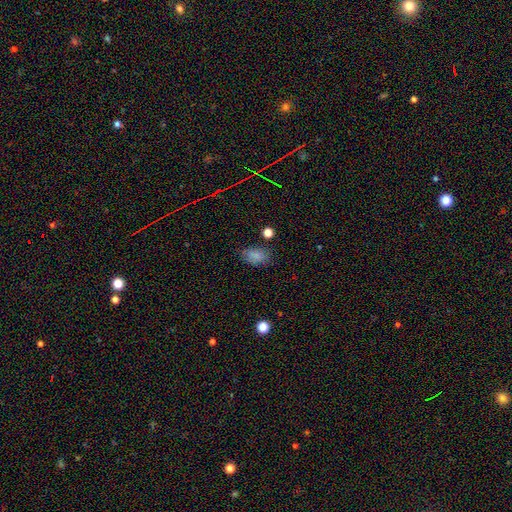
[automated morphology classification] The model was most divided on "merging": none: 75%, minor disturbance: 18%, major disturbance: 5%, merger: 3%. More confident: how rounded — in between (85%); smooth or featured — smooth (80%).